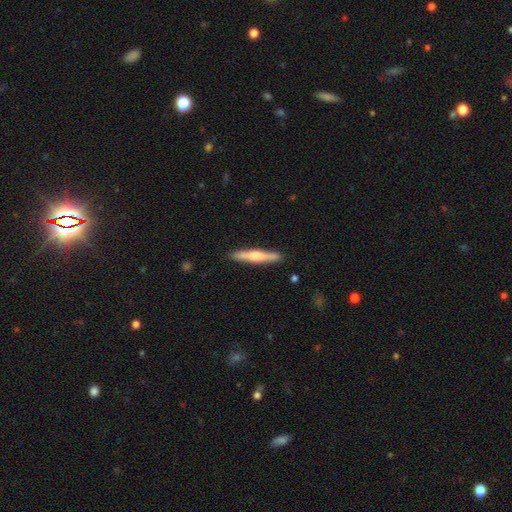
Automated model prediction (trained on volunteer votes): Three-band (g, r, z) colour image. It shows a featured or disk galaxy (52%) viewed edge-on (96%). Merging: none (89%).